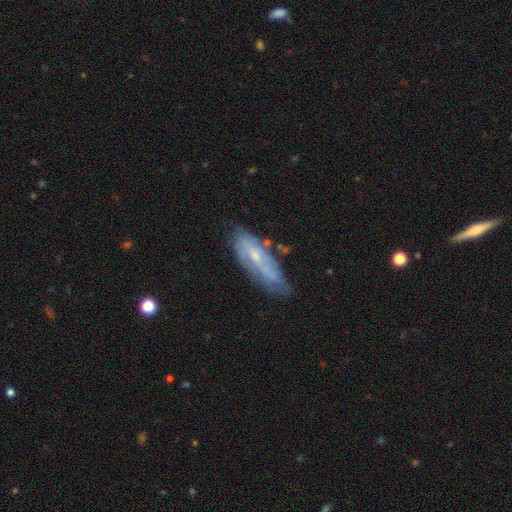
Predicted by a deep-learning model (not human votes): The model was most divided on "smooth or featured": featured or disk: 62%, smooth: 31%, star or artifact: 8%. More confident: edge-on disk — no (77%); merging — none (61%).